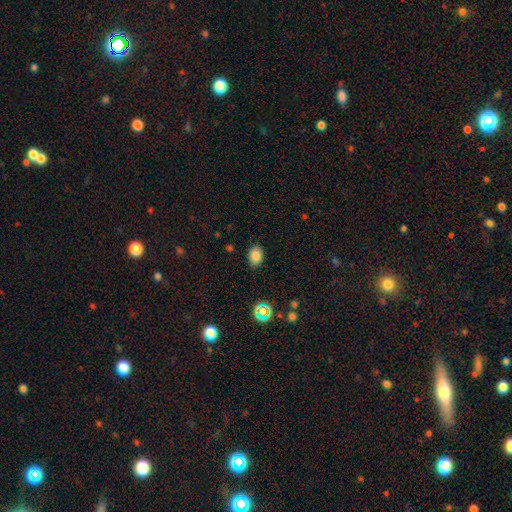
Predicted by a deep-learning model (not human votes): Q: Smooth or featured?
A: smooth (80%); runner-up: star or artifact (13%)
Q: How rounded?
A: in between (72%); runner-up: round (27%)
Q: Merging?
A: none (82%); runner-up: minor disturbance (14%)